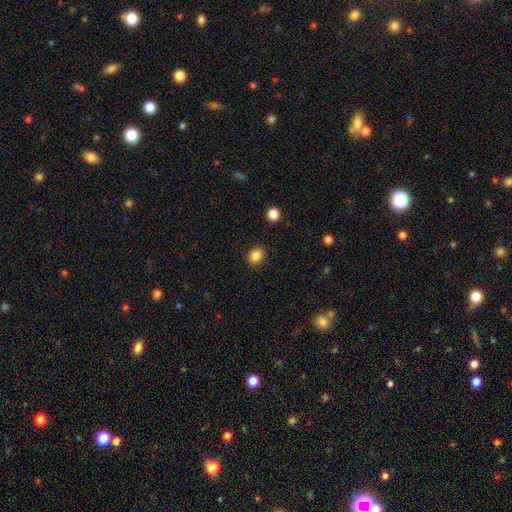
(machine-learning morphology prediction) A smooth galaxy with no disk features (85%) that is round (56%).

Vote fractions:
- Smooth or featured? smooth: 85% / star or artifact: 11% / featured or disk: 4%
- How rounded? round: 56% / in between: 44% / cigar-shaped: 1%
- Merging? none: 90% / minor disturbance: 7% / major disturbance: 2% / merger: 1%